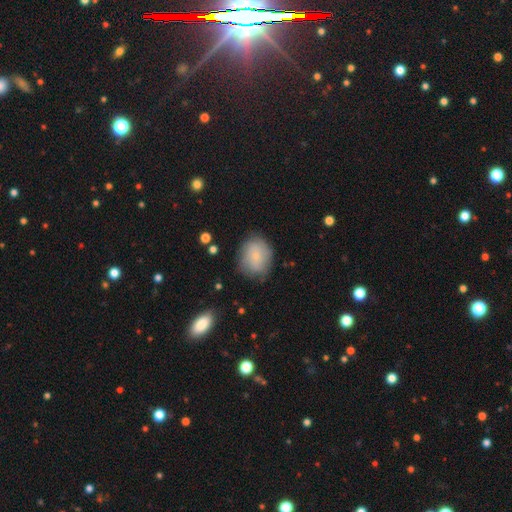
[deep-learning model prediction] Morphology: type=smooth (70%); roundness=round (62%); merging=none (71%).